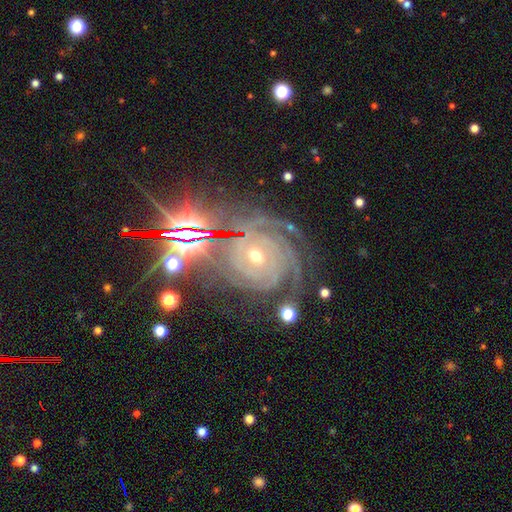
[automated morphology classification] This appears to be a featured or disk galaxy (80%) with no bar (69%), 3 (26%) tight (84%) spiral arms (98%) and a small central bulge (63%). Merging: none (72%).